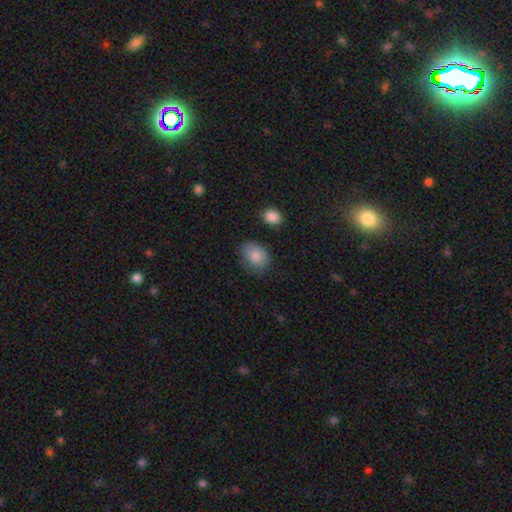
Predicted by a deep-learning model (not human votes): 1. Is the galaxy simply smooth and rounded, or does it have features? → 87% smooth, 7% star or artifact, 6% featured or disk.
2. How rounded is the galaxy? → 71% in between, 28% round, 1% cigar-shaped.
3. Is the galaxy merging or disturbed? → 72% none, 20% minor disturbance, 5% major disturbance, 3% merger.